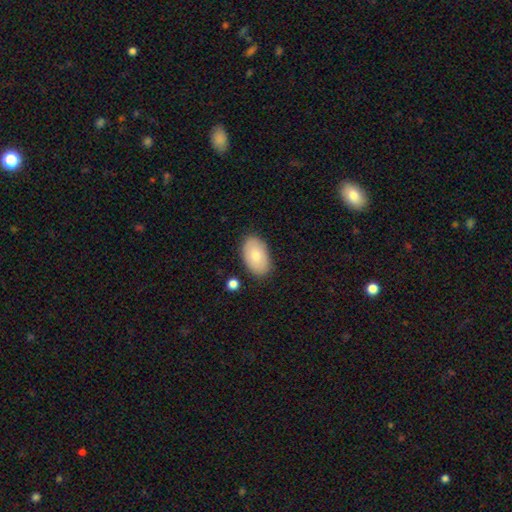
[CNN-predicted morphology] smooth_or_featured: smooth (p=0.79) [alt: featured or disk p=0.15]
how_rounded: in between (p=0.94) [alt: round p=0.05]
merging: none (p=0.84) [alt: minor disturbance p=0.12]